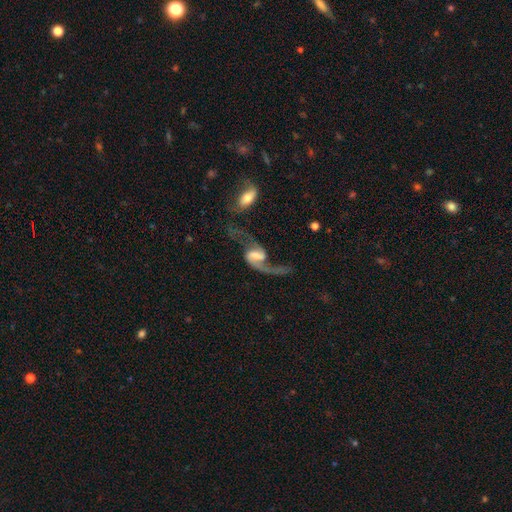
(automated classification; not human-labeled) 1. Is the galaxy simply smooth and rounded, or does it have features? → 87% featured or disk, 8% smooth, 5% star or artifact.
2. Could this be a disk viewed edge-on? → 97% no, 3% yes.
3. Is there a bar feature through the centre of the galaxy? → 50% weak, 29% strong, 21% no.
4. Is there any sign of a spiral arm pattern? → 94% yes, 6% no.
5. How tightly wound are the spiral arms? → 82% loose, 15% medium, 3% tight.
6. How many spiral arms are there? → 81% 2, 14% 1, 2% can't tell, 1% 3, 1% 4, 1% more than 4.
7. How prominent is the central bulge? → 38% moderate, 30% small, 16% none, 14% large, 3% dominant.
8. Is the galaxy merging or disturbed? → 43% none, 29% major disturbance, 14% merger, 14% minor disturbance.